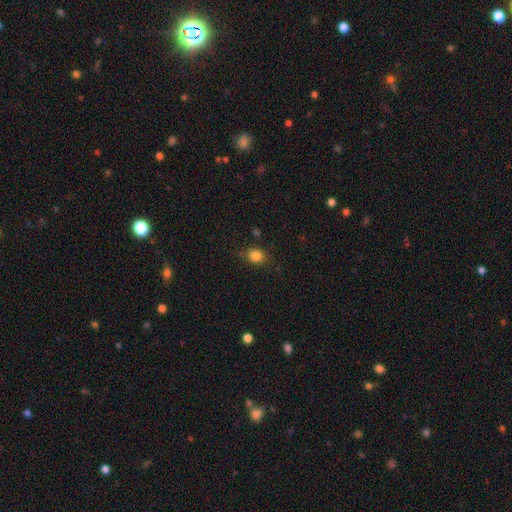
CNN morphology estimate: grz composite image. It shows a smooth galaxy with no disk features (84%) that is round (57%). Merging: none (78%).